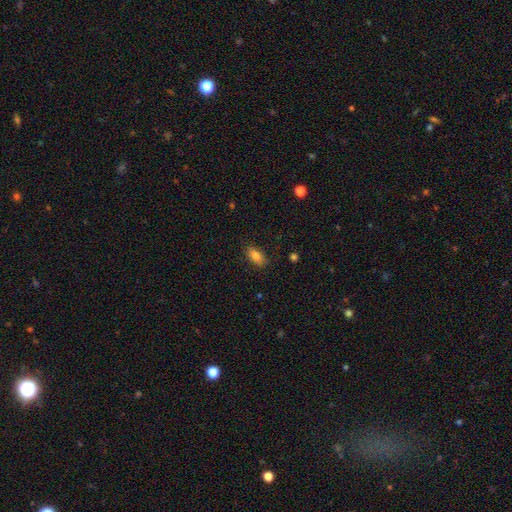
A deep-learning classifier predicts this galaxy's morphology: The model was most divided on "merging": none: 84%, minor disturbance: 13%, major disturbance: 3%, merger: 1%. More confident: how rounded — in between (88%); smooth or featured — smooth (82%).